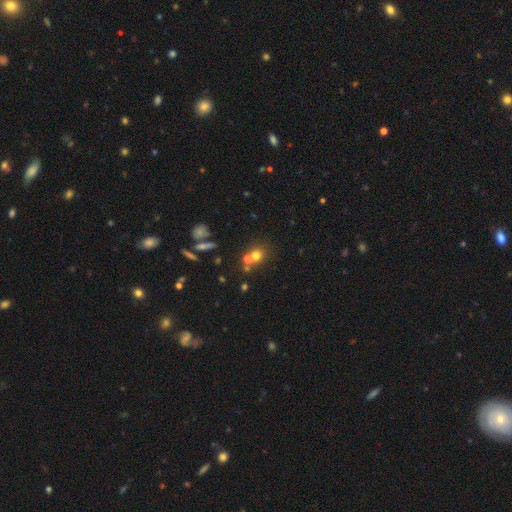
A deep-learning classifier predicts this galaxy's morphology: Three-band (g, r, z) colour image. It shows a smooth galaxy with no disk features (63%) that is round (82%). Merging: none (47%).